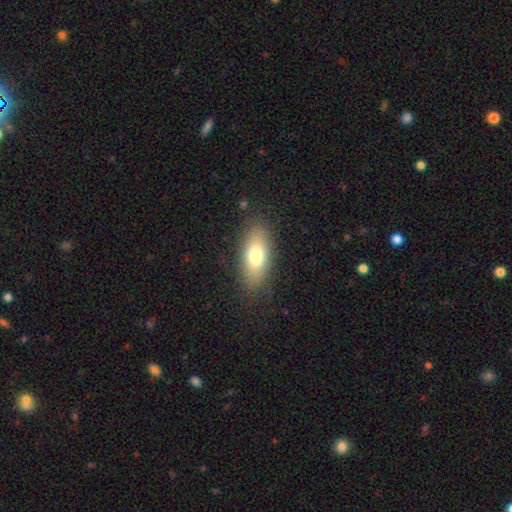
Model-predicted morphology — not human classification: smooth_or_featured: smooth (p=0.76) [alt: featured or disk p=0.17]
how_rounded: in between (p=0.81) [alt: cigar-shaped p=0.16]
merging: none (p=0.85) [alt: minor disturbance p=0.10]